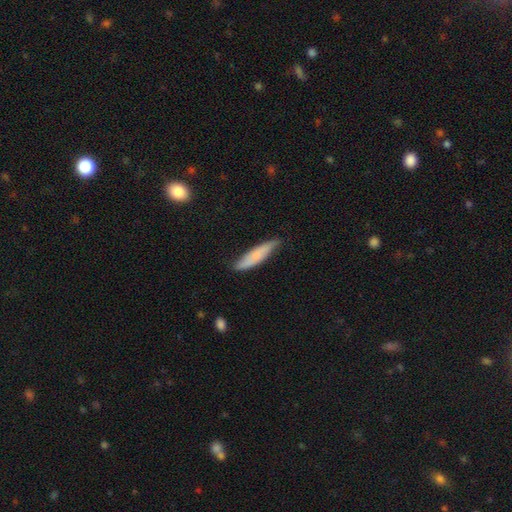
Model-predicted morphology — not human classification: Smooth or featured? Predicted: smooth (p=0.68). How rounded? Predicted: cigar-shaped (p=0.80). Merging? Predicted: none (p=0.74).